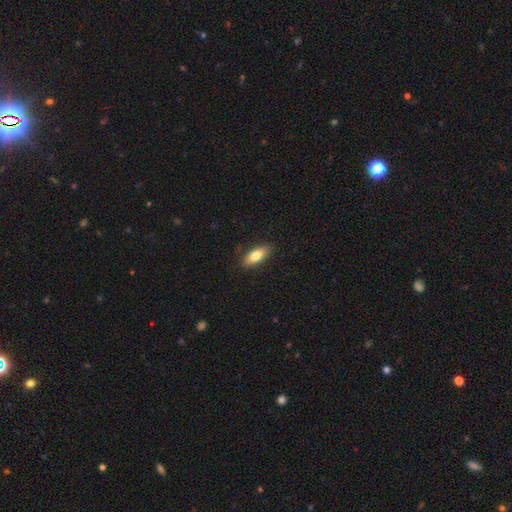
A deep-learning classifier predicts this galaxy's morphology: The model was most divided on "smooth or featured": smooth: 77%, featured or disk: 17%, star or artifact: 6%. More confident: merging — none (86%); how rounded — in between (79%).